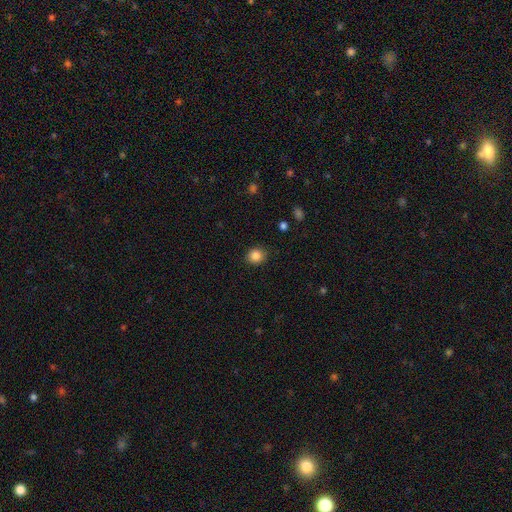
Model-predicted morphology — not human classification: The model was most divided on "how rounded": round: 79%, in between: 20%, cigar-shaped: 1%. More confident: merging — none (89%); smooth or featured — smooth (85%).